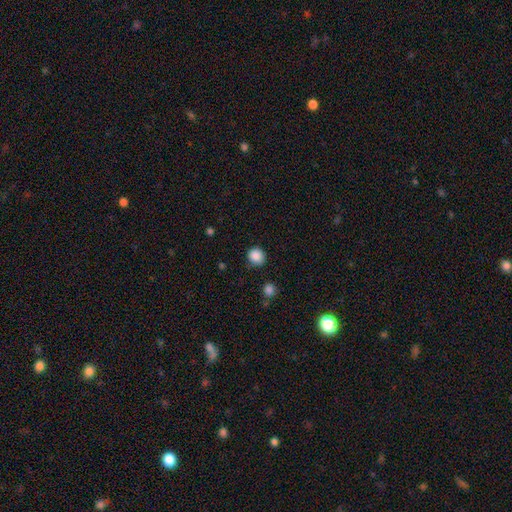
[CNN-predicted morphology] A smooth galaxy with no disk features (87%) that is round (87%).

Vote fractions:
- Smooth or featured? smooth: 87% / star or artifact: 10% / featured or disk: 3%
- How rounded? round: 87% / in between: 12% / cigar-shaped: 1%
- Merging? none: 83% / minor disturbance: 12% / major disturbance: 3% / merger: 2%